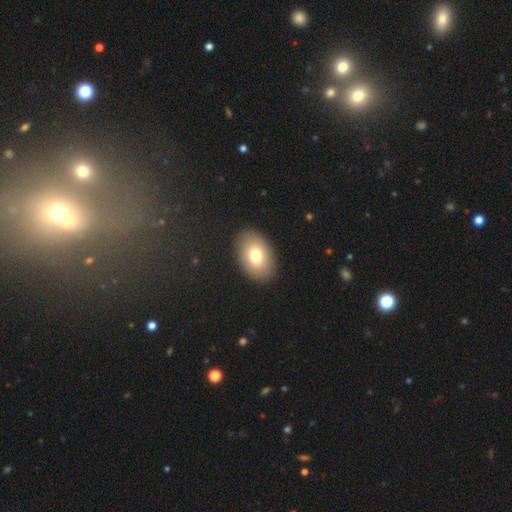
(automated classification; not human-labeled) Smooth or featured: smooth — 77% (featured or disk — 14%)
How rounded: in between — 87% (round — 12%)
Merging: none — 90% (minor disturbance — 7%)